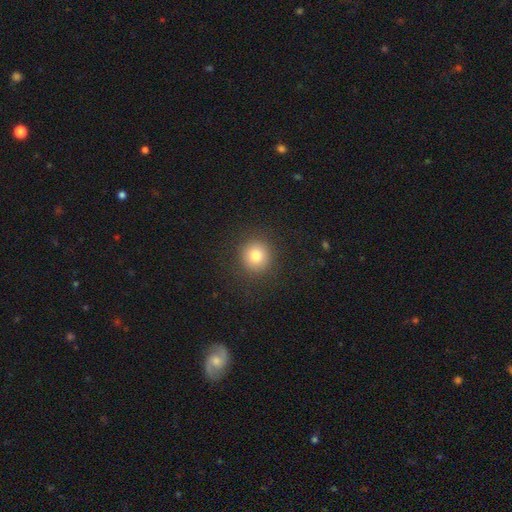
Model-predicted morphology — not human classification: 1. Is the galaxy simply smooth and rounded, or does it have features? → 79% smooth, 12% star or artifact, 9% featured or disk.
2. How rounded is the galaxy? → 92% round, 7% in between, 1% cigar-shaped.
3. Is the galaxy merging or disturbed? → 90% none, 6% minor disturbance, 3% major disturbance, 1% merger.